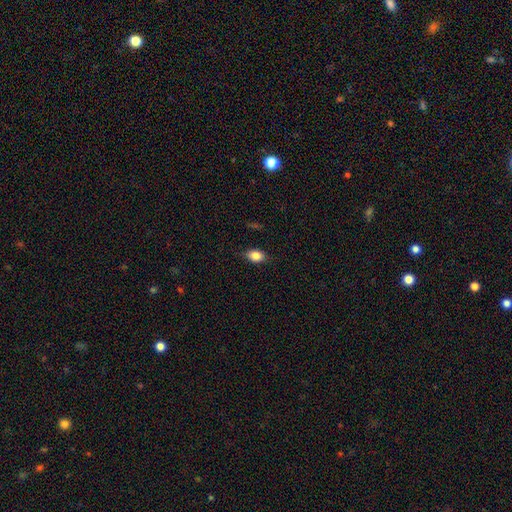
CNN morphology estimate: A smooth galaxy with no disk features (81%) that is in between round and cigar-shaped (76%).

Vote fractions:
- Smooth or featured? smooth: 81% / featured or disk: 10% / star or artifact: 9%
- How rounded? in between: 76% / round: 20% / cigar-shaped: 3%
- Merging? none: 79% / minor disturbance: 17% / major disturbance: 3% / merger: 1%